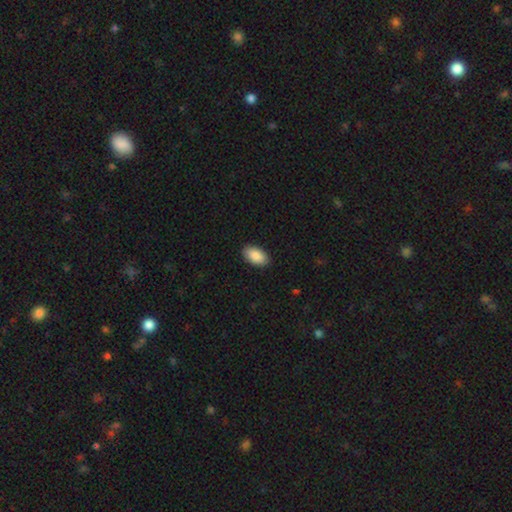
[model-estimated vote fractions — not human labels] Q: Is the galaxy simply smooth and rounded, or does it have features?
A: smooth — 89%.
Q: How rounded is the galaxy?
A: in between — 95%.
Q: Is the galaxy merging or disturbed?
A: none — 90%.